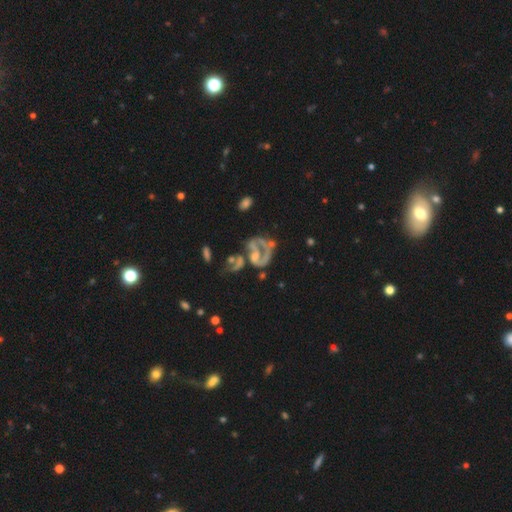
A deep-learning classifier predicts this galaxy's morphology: This appears to be a featured or disk galaxy (72%) with no bar (65%), spiral arms (55%) and a moderate central bulge (34%). Merging: major disturbance (35%).